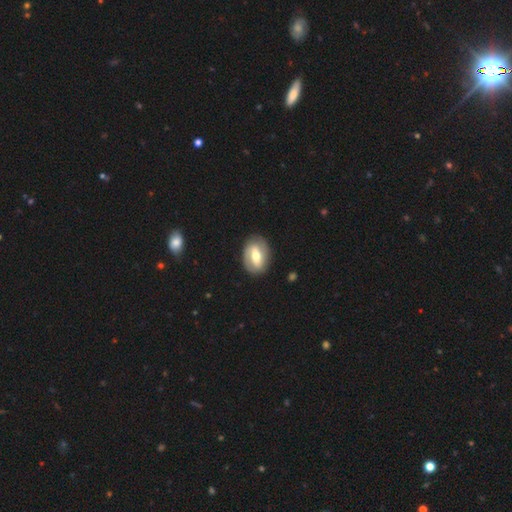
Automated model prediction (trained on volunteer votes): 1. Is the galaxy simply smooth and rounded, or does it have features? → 64% featured or disk, 31% smooth, 5% star or artifact.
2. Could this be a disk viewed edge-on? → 93% no, 7% yes.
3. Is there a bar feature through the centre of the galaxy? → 51% strong, 33% weak, 16% no.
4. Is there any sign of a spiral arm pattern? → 65% yes, 35% no.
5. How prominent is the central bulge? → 67% moderate, 20% small, 11% large, 1% dominant, 1% none.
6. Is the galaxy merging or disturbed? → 83% none, 12% minor disturbance, 4% major disturbance, 1% merger.